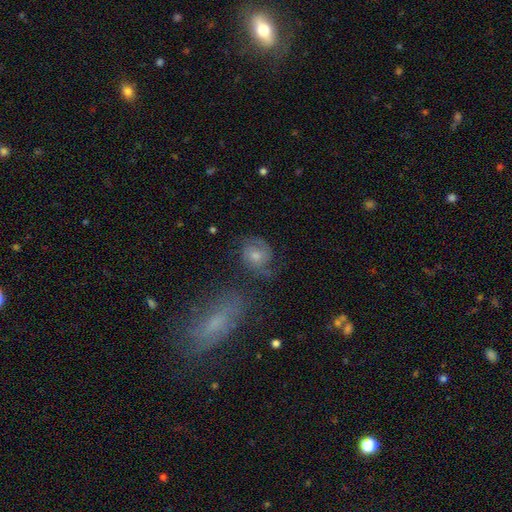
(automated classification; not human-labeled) This appears to be a featured or disk galaxy (58%) with no bar (66%), spiral arms (87%) and a moderate central bulge (53%). Merging: none (58%).